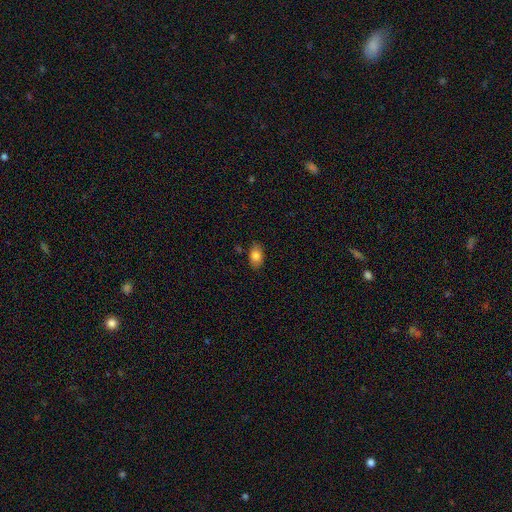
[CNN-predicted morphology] type=smooth (81%); roundness=in between (88%); merging=none (84%).